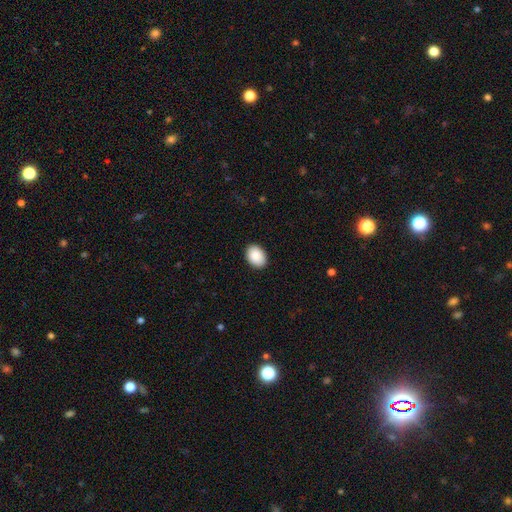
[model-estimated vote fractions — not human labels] Smooth or featured? smooth (88%)
How rounded? in between (76%)
Merging? none (90%)